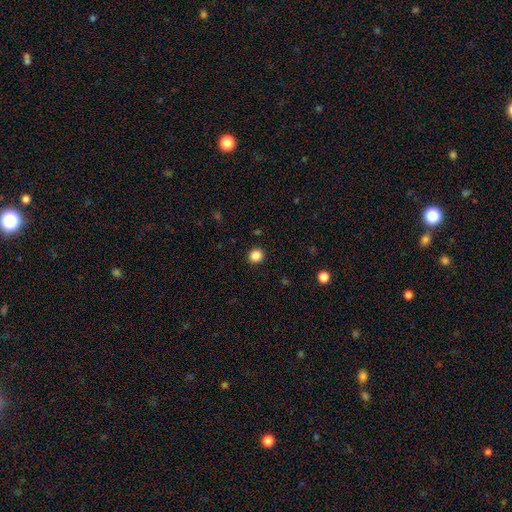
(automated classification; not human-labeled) Overall: smooth (86%). How rounded: round (91%). Merging: none (92%).